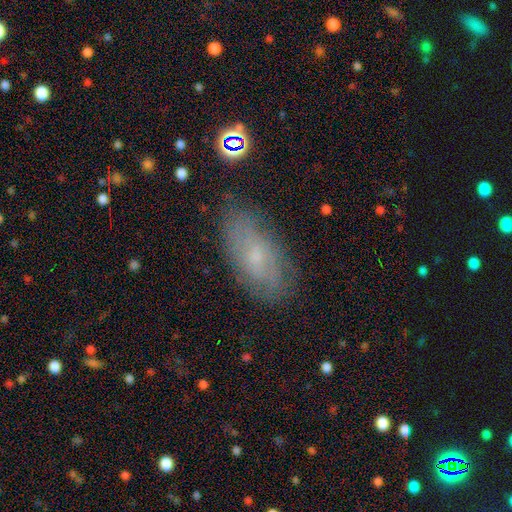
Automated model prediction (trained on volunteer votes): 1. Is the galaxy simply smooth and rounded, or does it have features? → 48% smooth, 40% featured or disk, 12% star or artifact.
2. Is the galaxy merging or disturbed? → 74% none, 18% minor disturbance, 5% major disturbance, 2% merger.